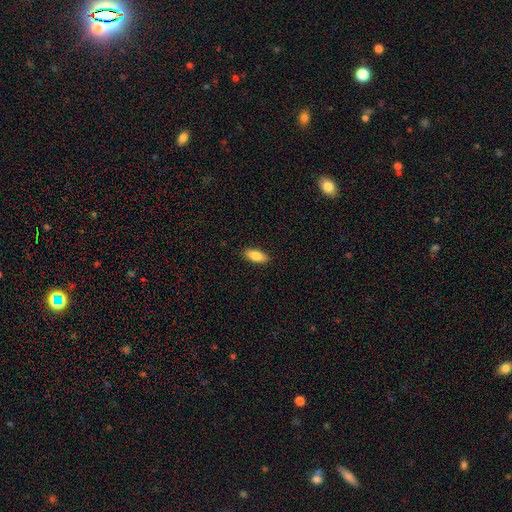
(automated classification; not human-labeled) Smooth or featured? Predicted: smooth (p=0.87). How rounded? Predicted: in between (p=0.80). Merging? Predicted: none (p=0.89).